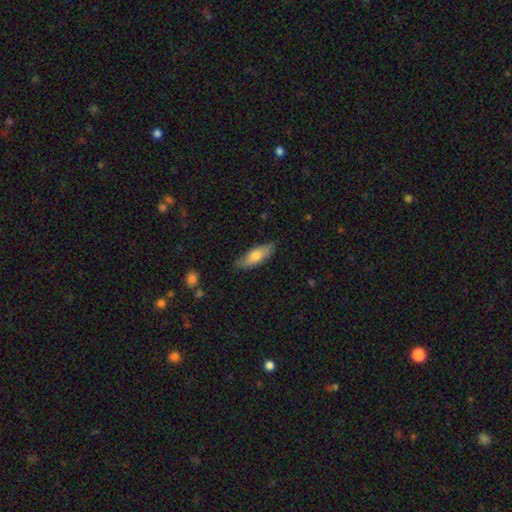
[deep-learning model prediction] The model was most divided on "how rounded": in between: 58%, cigar-shaped: 40%, round: 2%. More confident: merging — none (82%); smooth or featured — smooth (69%).